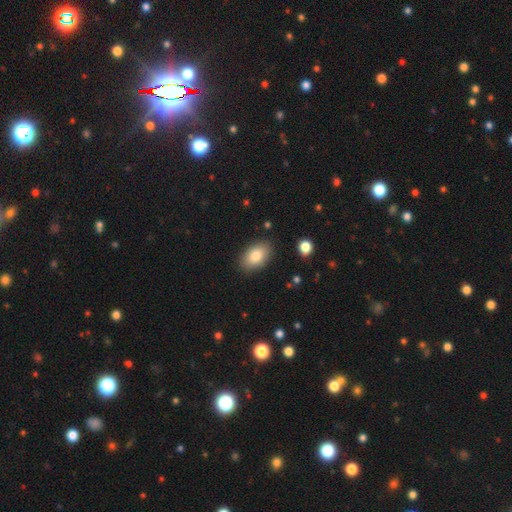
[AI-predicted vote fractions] Smooth or featured? Predicted: smooth (p=0.83). How rounded? Predicted: in between (p=0.91). Merging? Predicted: none (p=0.86).